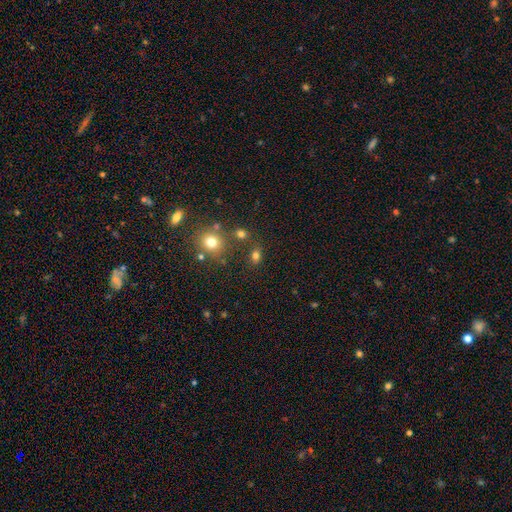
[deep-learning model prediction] Smooth or featured: smooth — 75% (star or artifact — 18%)
How rounded: in between — 56% (round — 42%)
Merging: none — 72% (minor disturbance — 12%)